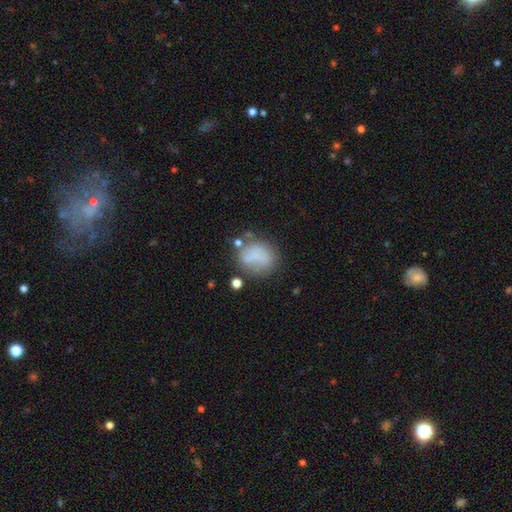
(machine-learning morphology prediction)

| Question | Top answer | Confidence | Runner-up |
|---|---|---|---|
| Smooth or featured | smooth | 63% | featured or disk (26%) |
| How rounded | round | 64% | in between (35%) |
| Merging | none | 49% | minor disturbance (24%) |